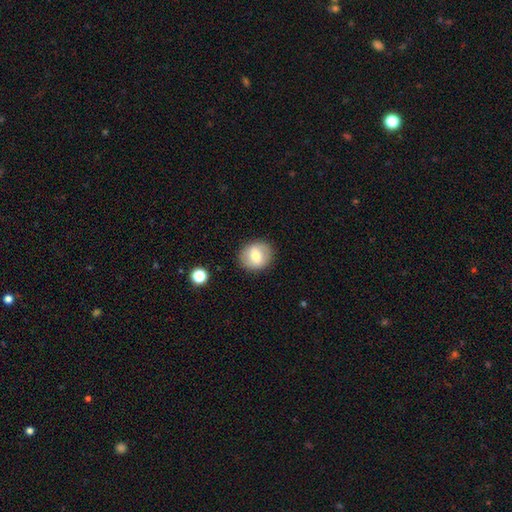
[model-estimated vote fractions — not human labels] Smooth or featured?
  - smooth: 67% *
  - featured or disk: 25%
  - star or artifact: 8%
How rounded?
  - round: 79% *
  - in between: 20%
  - cigar-shaped: 1%
Merging?
  - none: 88% *
  - minor disturbance: 8%
  - major disturbance: 3%
  - merger: 1%